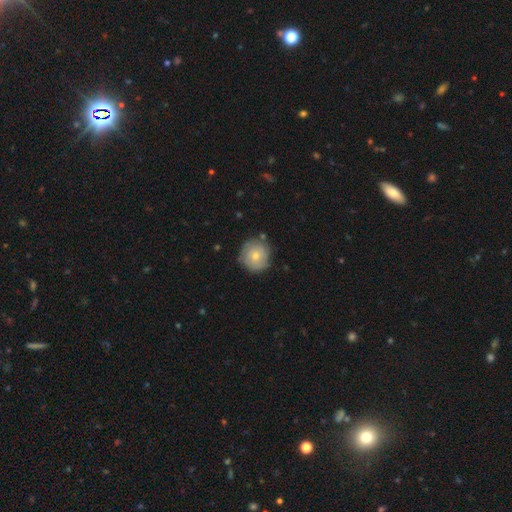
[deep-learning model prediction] Smooth or featured? smooth (59%)
How rounded? round (93%)
Merging? none (77%)